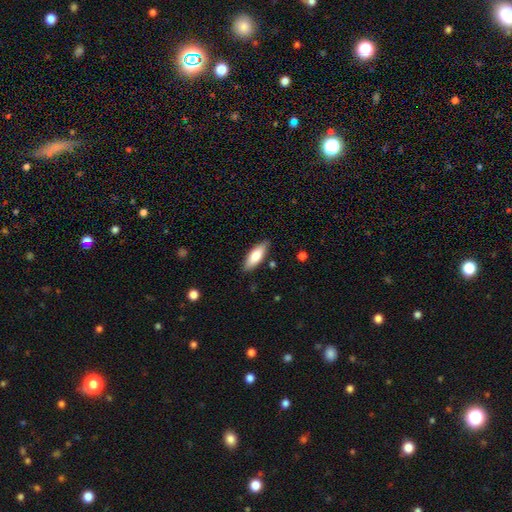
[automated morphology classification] type=smooth (77%); roundness=in between (65%); merging=none (85%).